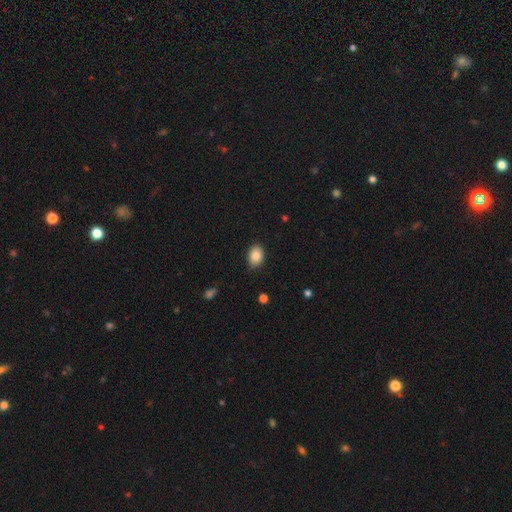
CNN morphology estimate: Smooth or featured: smooth — 86% (star or artifact — 8%)
How rounded: in between — 76% (round — 23%)
Merging: none — 79% (minor disturbance — 17%)